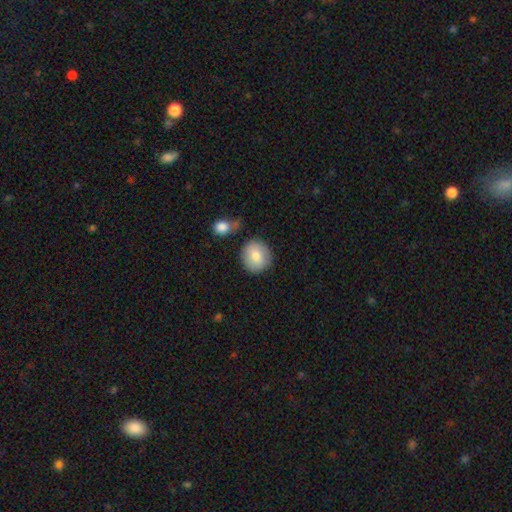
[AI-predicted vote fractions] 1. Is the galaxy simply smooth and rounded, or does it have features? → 81% smooth, 12% featured or disk, 7% star or artifact.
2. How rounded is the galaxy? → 87% round, 12% in between, 1% cigar-shaped.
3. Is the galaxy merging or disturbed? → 77% none, 12% minor disturbance, 7% merger, 3% major disturbance.